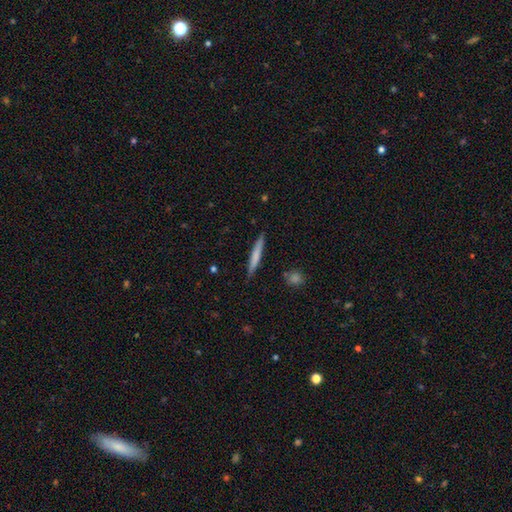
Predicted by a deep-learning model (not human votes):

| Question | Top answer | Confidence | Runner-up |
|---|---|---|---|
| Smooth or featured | smooth | 67% | featured or disk (27%) |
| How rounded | cigar-shaped | 95% | in between (3%) |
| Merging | none | 87% | minor disturbance (10%) |